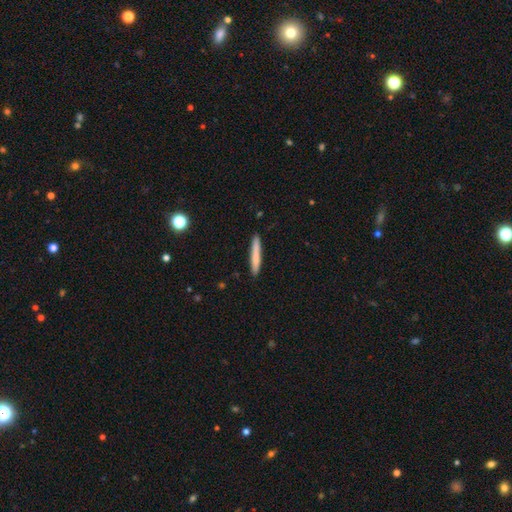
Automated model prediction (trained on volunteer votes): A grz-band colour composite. It shows a smooth galaxy with no disk features (76%) that is cigar-shaped (95%). Merging: none (90%).